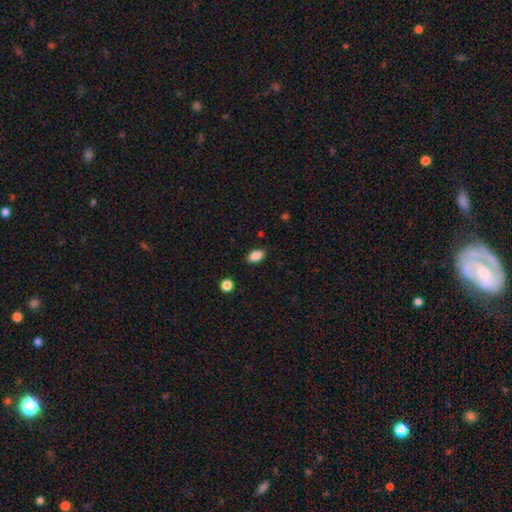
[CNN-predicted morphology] A smooth galaxy with no disk features (87%) that is in between round and cigar-shaped (89%). Merging: none (86%).